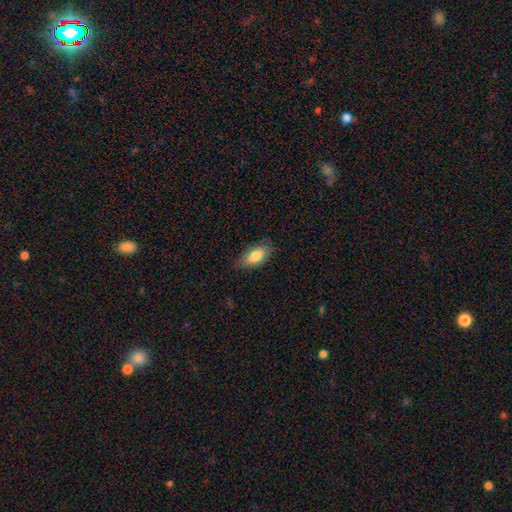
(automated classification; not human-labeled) Smooth or featured?
  - smooth: 80% *
  - featured or disk: 14%
  - star or artifact: 6%
How rounded?
  - in between: 89% *
  - cigar-shaped: 8%
  - round: 3%
Merging?
  - none: 77% *
  - minor disturbance: 18%
  - major disturbance: 4%
  - merger: 1%